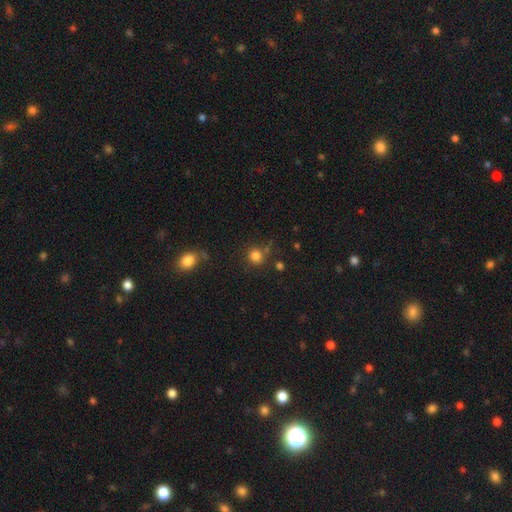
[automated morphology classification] Overall: smooth (81%). How rounded: round (88%). Merging: none (74%).